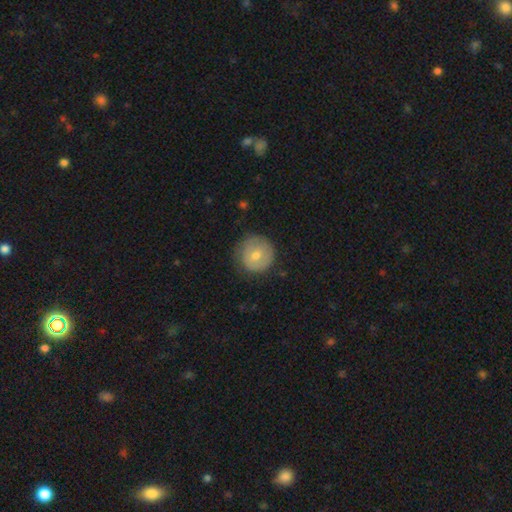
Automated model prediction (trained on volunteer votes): Smooth or featured?
  - smooth: 61% *
  - featured or disk: 31%
  - star or artifact: 8%
How rounded?
  - round: 93% *
  - in between: 6%
  - cigar-shaped: 1%
Merging?
  - none: 80% *
  - minor disturbance: 15%
  - major disturbance: 4%
  - merger: 1%